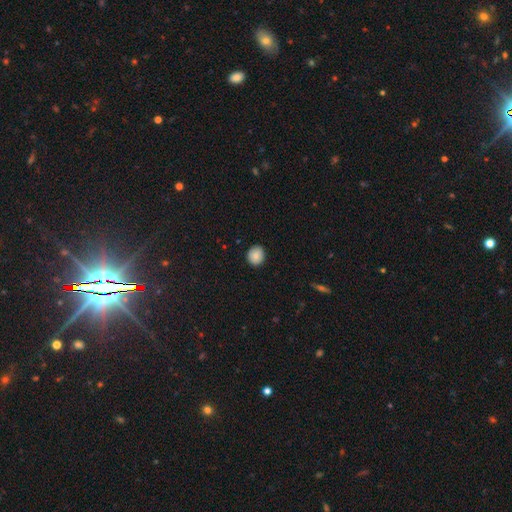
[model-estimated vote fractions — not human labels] A smooth galaxy with no disk features (85%) that is round (82%). Merging: none (89%).